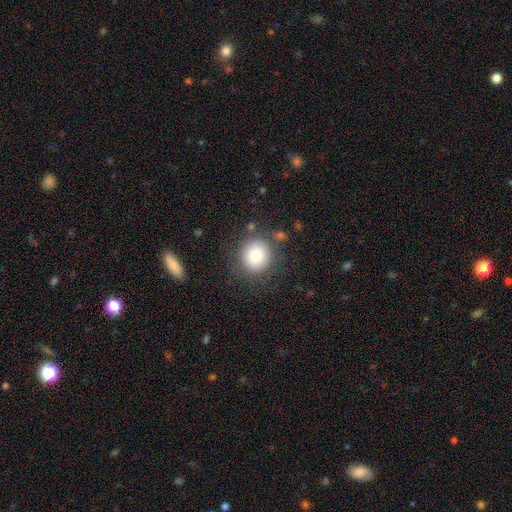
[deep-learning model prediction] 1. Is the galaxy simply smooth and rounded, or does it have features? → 83% smooth, 9% star or artifact, 8% featured or disk.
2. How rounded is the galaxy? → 89% round, 10% in between, 1% cigar-shaped.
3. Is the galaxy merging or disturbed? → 79% none, 12% minor disturbance, 6% major disturbance, 3% merger.